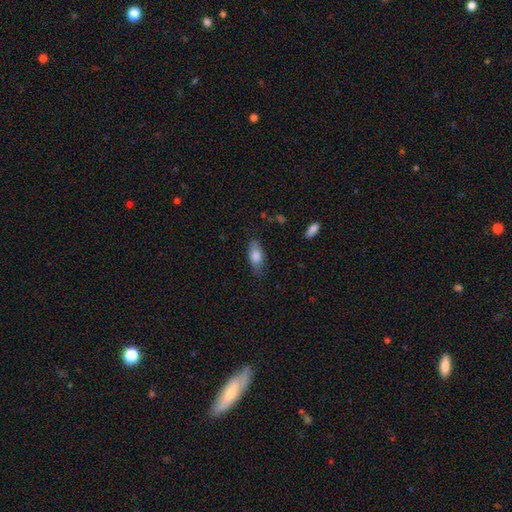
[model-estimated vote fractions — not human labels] Morphology: type=smooth (80%); roundness=in between (85%); merging=none (73%).